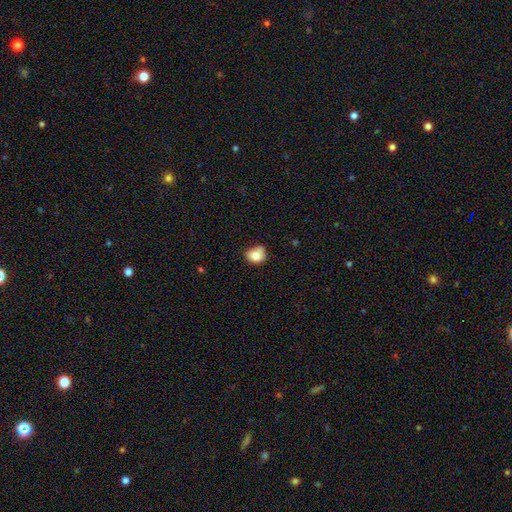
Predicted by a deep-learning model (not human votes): Morphology: type=smooth (77%); roundness=round (66%); merging=none (54%).